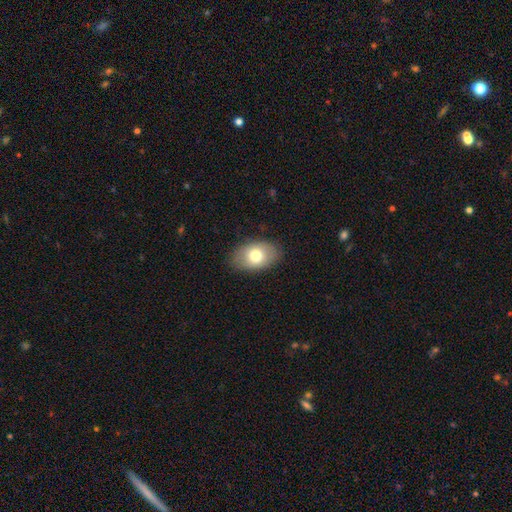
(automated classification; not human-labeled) Smooth or featured? smooth (75%)
How rounded? in between (88%)
Merging? none (85%)